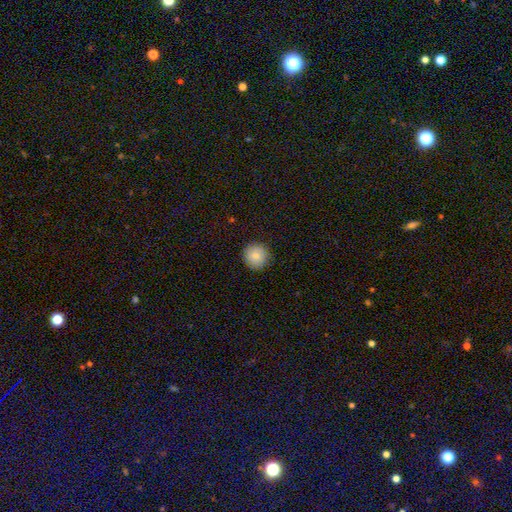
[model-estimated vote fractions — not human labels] This is clearly a smooth galaxy (85%). How rounded: clearly round (93%). Merging: clearly none (89%).